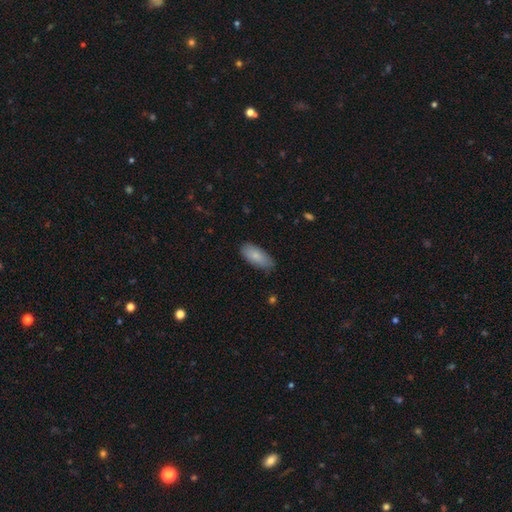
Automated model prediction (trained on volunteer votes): smooth_or_featured: smooth (p=0.82) [alt: featured or disk p=0.11]
how_rounded: in between (p=0.87) [alt: cigar-shaped p=0.10]
merging: none (p=0.80) [alt: minor disturbance p=0.16]